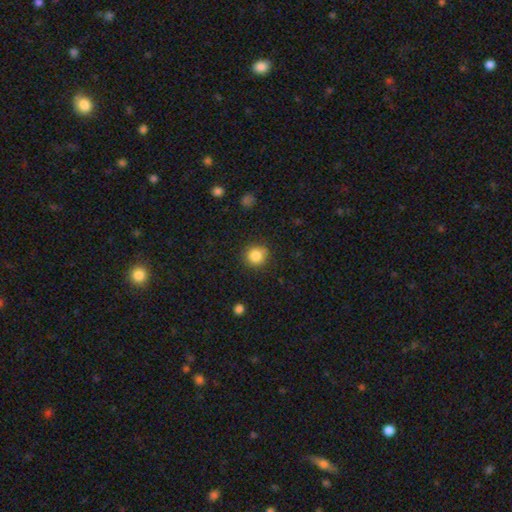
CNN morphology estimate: smooth-or-featured: smooth: 84% | star or artifact: 11% | featured or disk: 5%
  how-rounded: round: 92% | in between: 7% | cigar-shaped: 1%
  merging: none: 83% | minor disturbance: 12% | major disturbance: 3% | merger: 2%